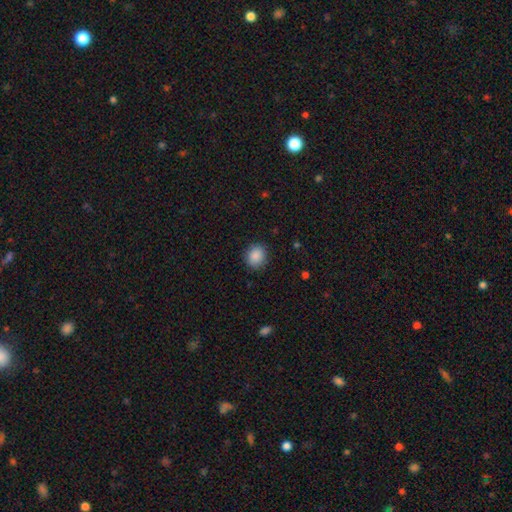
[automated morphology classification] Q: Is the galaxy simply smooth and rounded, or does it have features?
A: smooth — 88%.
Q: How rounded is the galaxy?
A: round — 74%.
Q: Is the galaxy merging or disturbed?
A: none — 87%.